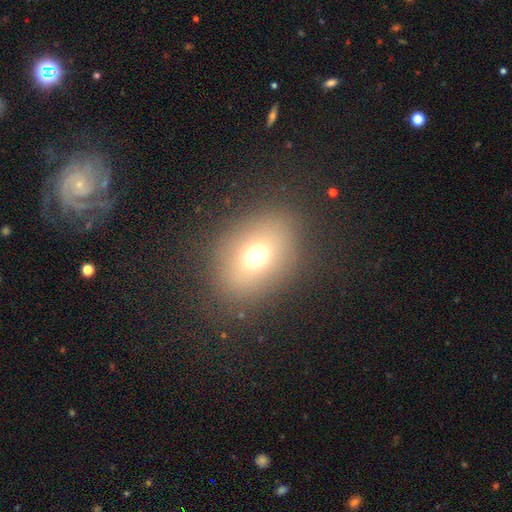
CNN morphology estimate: This is likely a smooth galaxy (68%). How rounded: possibly in between (59%). Merging: clearly none (83%).